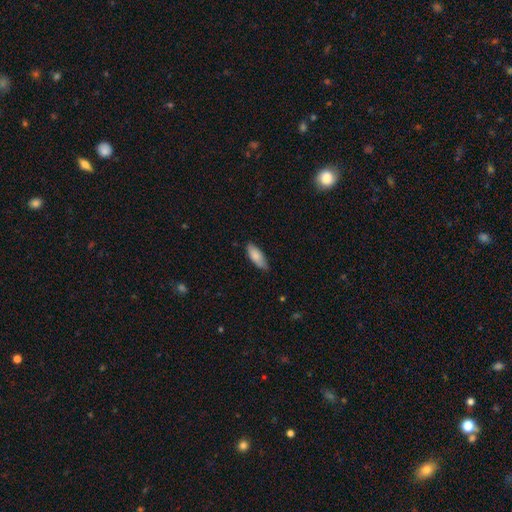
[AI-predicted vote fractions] A smooth galaxy with no disk features (83%) that is in between round and cigar-shaped (73%).

Vote fractions:
- Smooth or featured? smooth: 83% / featured or disk: 12% / star or artifact: 6%
- How rounded? in between: 73% / cigar-shaped: 25% / round: 2%
- Merging? none: 76% / minor disturbance: 20% / major disturbance: 3% / merger: 1%